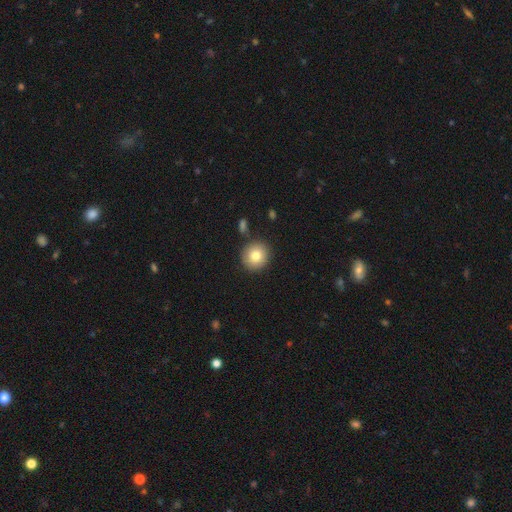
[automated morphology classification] type=smooth (80%); roundness=round (91%); merging=none (86%).